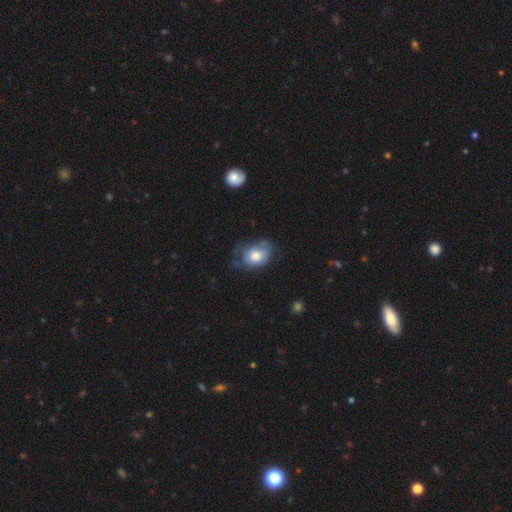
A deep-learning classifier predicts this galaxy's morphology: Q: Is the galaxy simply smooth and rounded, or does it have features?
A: smooth — 54%.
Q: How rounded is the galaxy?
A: in between — 66%.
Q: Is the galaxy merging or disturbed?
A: none — 46%.